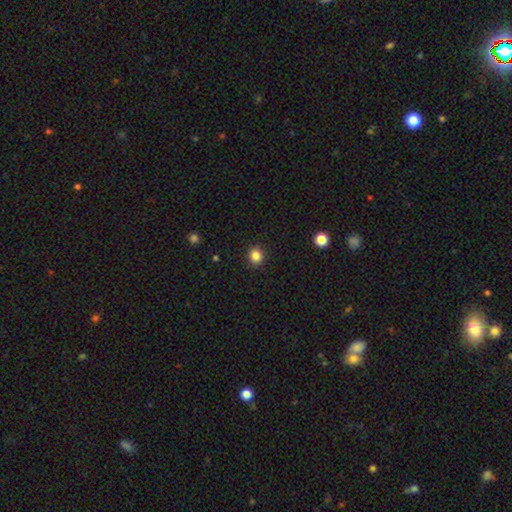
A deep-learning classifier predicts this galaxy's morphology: Smooth or featured? Predicted: smooth (p=0.85). How rounded? Predicted: round (p=0.86). Merging? Predicted: none (p=0.91).